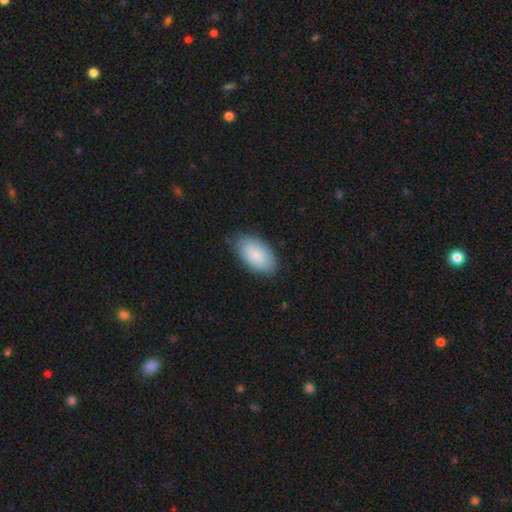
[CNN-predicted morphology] Smooth or featured? Predicted: smooth (p=0.87). How rounded? Predicted: in between (p=0.95). Merging? Predicted: none (p=0.82).